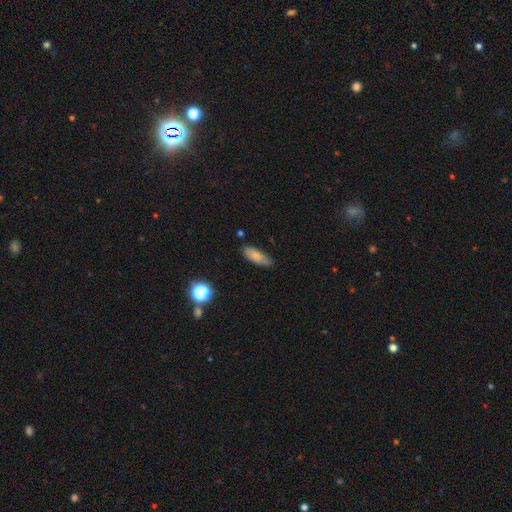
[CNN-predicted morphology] A smooth galaxy with no disk features (78%) that is in between round and cigar-shaped (70%). Merging: none (81%).